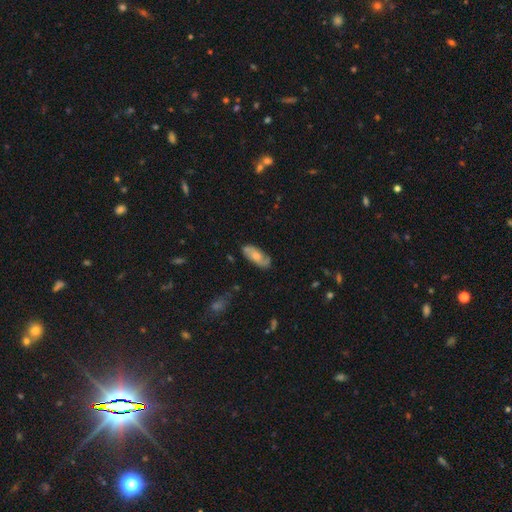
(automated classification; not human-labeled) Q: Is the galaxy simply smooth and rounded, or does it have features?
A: featured or disk — 56%.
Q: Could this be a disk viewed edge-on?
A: no — 89%.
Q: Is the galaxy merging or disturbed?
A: none — 76%.